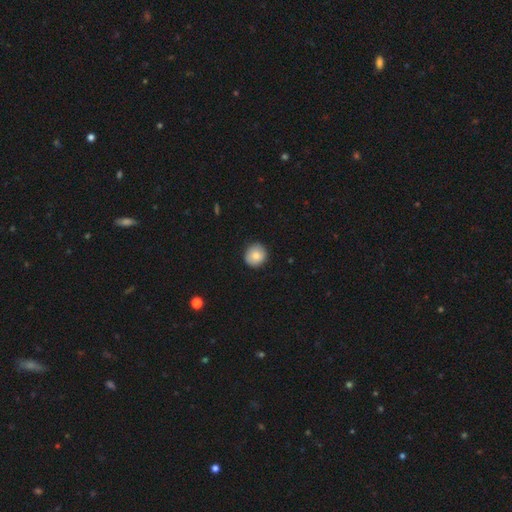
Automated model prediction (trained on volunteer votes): Smooth or featured? smooth (82%)
How rounded? round (90%)
Merging? none (89%)